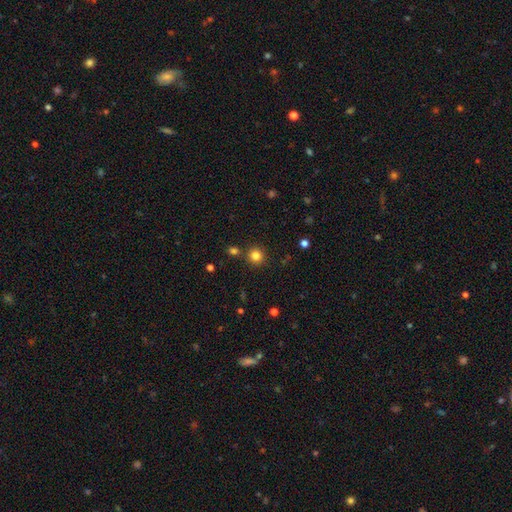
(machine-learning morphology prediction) smooth_or_featured: smooth (p=0.82) [alt: star or artifact p=0.13]
how_rounded: round (p=0.93) [alt: in between p=0.06]
merging: none (p=0.85) [alt: minor disturbance p=0.06]